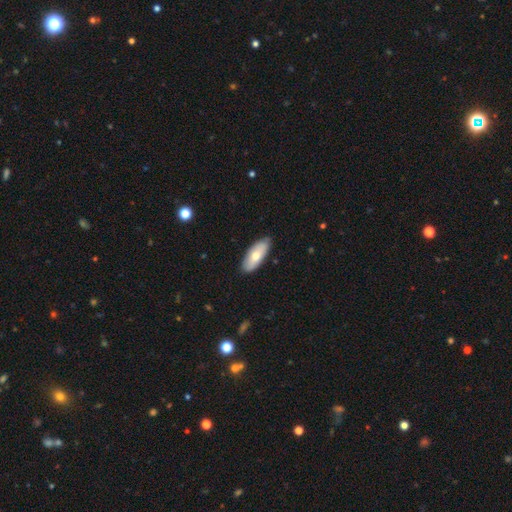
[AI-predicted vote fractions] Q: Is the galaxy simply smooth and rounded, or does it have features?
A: smooth — 70%.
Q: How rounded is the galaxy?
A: in between — 82%.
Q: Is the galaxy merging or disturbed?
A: none — 86%.